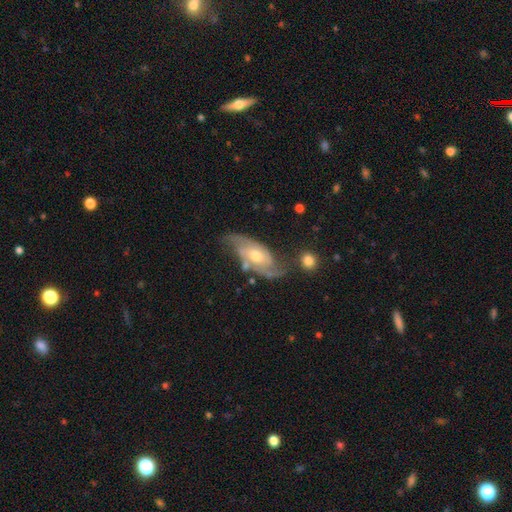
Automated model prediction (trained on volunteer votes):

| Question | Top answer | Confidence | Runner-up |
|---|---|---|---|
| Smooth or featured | featured or disk | 84% | smooth (11%) |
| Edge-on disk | no | 94% | yes (6%) |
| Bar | no | 60% | weak (33%) |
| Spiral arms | yes | 94% | no (6%) |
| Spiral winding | medium | 46% | loose (27%) |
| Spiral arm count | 2 | 85% | can't tell (7%) |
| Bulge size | moderate | 67% | small (26%) |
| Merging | none | 59% | minor disturbance (22%) |